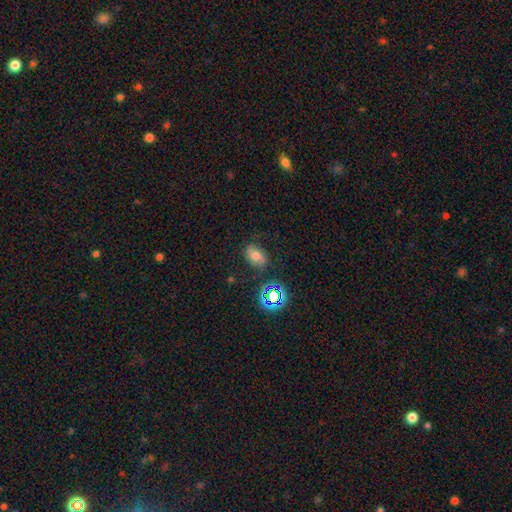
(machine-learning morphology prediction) smooth-or-featured: smooth: 59% | featured or disk: 21% | star or artifact: 20%
  how-rounded: in between: 75% | round: 23% | cigar-shaped: 2%
  merging: none: 69% | minor disturbance: 20% | major disturbance: 8% | merger: 3%